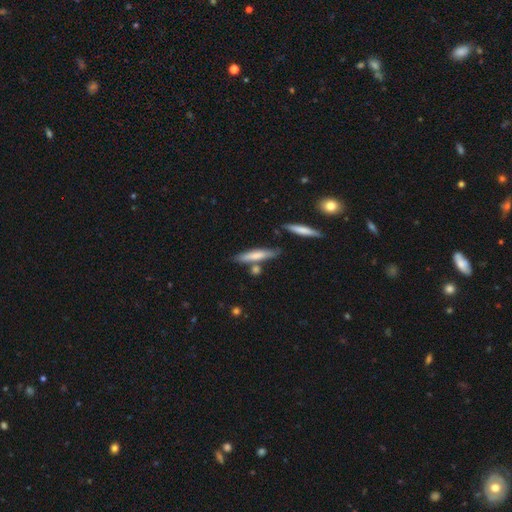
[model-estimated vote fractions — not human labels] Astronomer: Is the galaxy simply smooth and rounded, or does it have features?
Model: smooth — 70%.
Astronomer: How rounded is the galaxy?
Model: cigar-shaped — 86%.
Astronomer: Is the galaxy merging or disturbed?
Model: none — 73%.